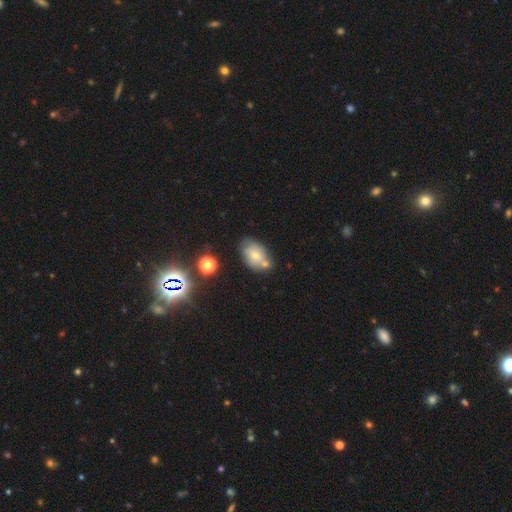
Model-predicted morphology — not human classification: Smooth or featured? Predicted: smooth (p=0.62). How rounded? Predicted: in between (p=0.84). Merging? Predicted: none (p=0.53).